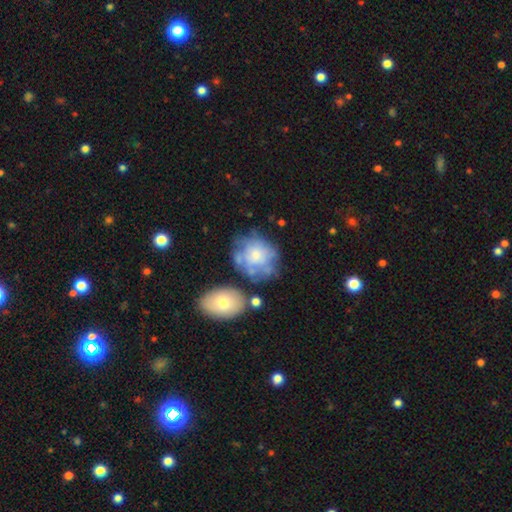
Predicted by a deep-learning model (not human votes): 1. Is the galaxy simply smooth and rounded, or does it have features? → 47% featured or disk, 44% smooth, 9% star or artifact.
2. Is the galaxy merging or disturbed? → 46% none, 24% minor disturbance, 18% major disturbance, 12% merger.